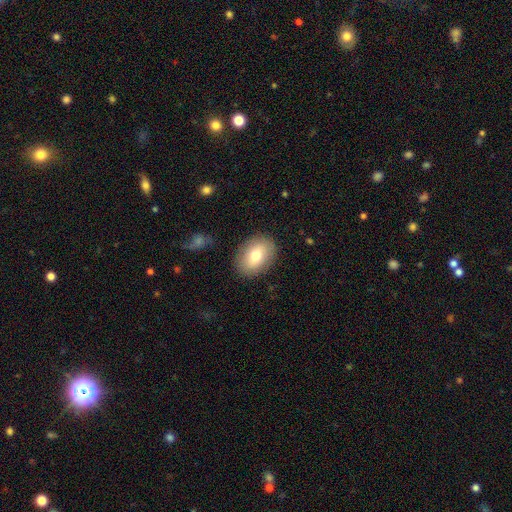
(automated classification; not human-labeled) Smooth or featured: smooth — 75% (featured or disk — 18%)
How rounded: in between — 81% (round — 18%)
Merging: none — 87% (minor disturbance — 9%)